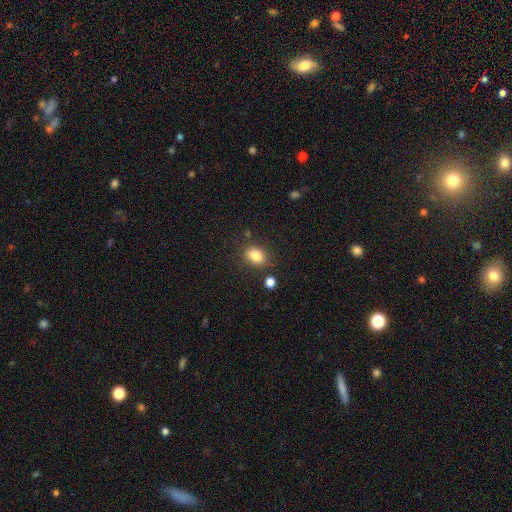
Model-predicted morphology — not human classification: Smooth or featured?
  - smooth: 84% *
  - star or artifact: 9%
  - featured or disk: 7%
How rounded?
  - in between: 76% *
  - round: 23%
  - cigar-shaped: 1%
Merging?
  - none: 77% *
  - minor disturbance: 13%
  - merger: 6%
  - major disturbance: 4%